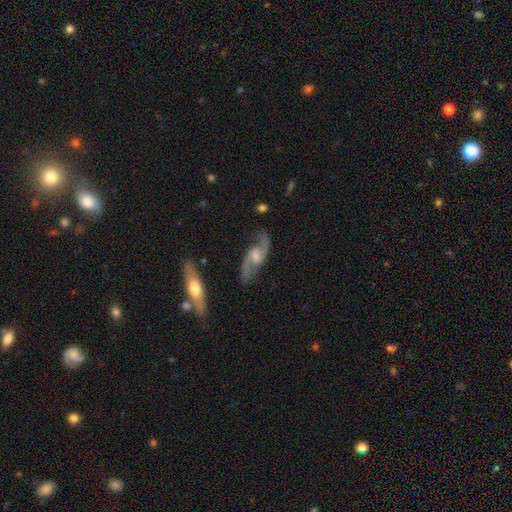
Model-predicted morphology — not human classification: Smooth or featured? Predicted: featured or disk (p=0.89). Edge-on disk? Predicted: no (p=0.92). Bar? Predicted: weak (p=0.48). Spiral arms? Predicted: yes (p=0.97). Spiral winding? Predicted: loose (p=0.51). Spiral arm count? Predicted: 2 (p=0.93). Bulge size? Predicted: moderate (p=0.44). Merging? Predicted: none (p=0.81).